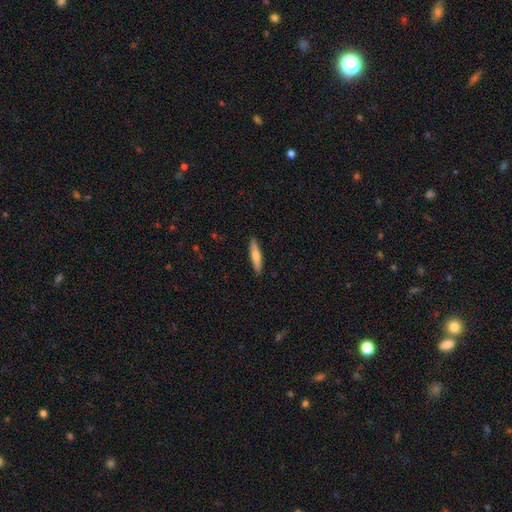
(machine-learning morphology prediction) smooth_or_featured: smooth (p=0.62) [alt: featured or disk p=0.33]
how_rounded: cigar-shaped (p=0.87) [alt: in between p=0.11]
merging: none (p=0.91) [alt: minor disturbance p=0.07]